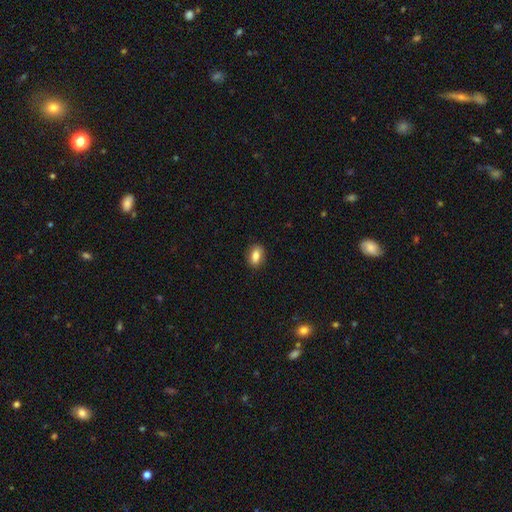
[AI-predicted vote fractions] This is clearly a smooth galaxy (82%). How rounded: clearly in between (83%). Merging: clearly none (86%).